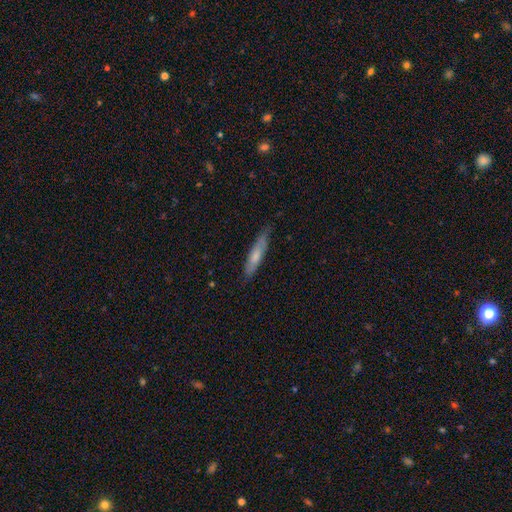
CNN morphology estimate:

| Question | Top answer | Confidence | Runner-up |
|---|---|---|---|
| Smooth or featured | smooth | 62% | featured or disk (32%) |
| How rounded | cigar-shaped | 84% | in between (15%) |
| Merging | none | 79% | minor disturbance (17%) |